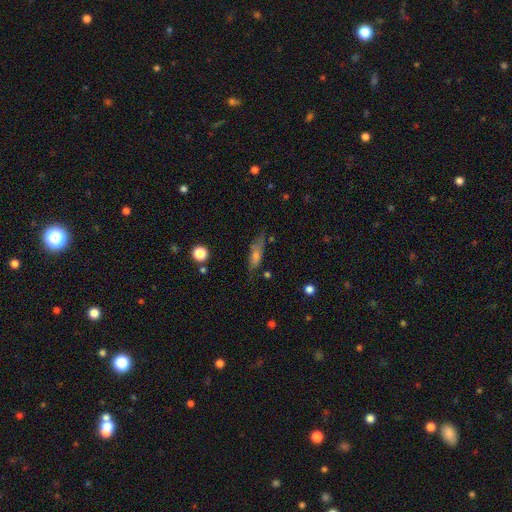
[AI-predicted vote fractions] Smooth or featured? Predicted: smooth (p=0.56). How rounded? Predicted: cigar-shaped (p=0.60). Merging? Predicted: none (p=0.65).